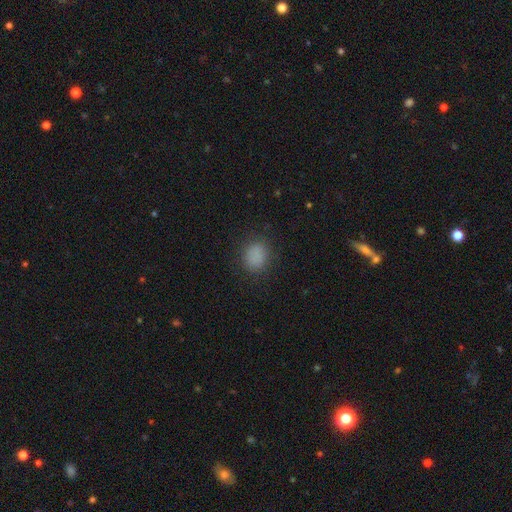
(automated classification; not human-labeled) This appears to be a smooth galaxy with no disk features (85%) that is round (58%). Merging: none (84%).